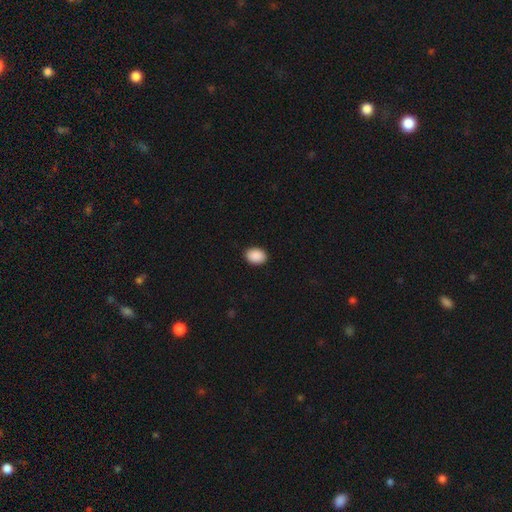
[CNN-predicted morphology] This is clearly a smooth galaxy (91%). How rounded: likely in between (75%). Merging: clearly none (90%).